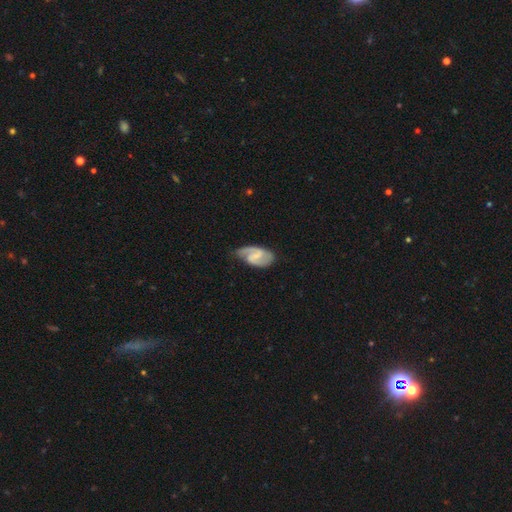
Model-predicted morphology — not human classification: Smooth or featured: featured or disk — 80% (smooth — 15%)
Edge-on disk: no — 97% (yes — 3%)
Bar: weak — 53% (strong — 27%)
Spiral arms: yes — 95% (no — 5%)
Spiral winding: medium — 51% (tight — 25%)
Spiral arm count: 2 — 85% (1 — 7%)
Bulge size: small — 50% (none — 29%)
Merging: none — 68% (minor disturbance — 23%)